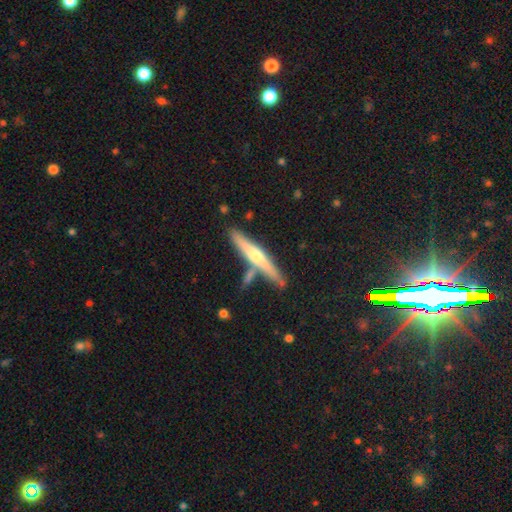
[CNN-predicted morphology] Smooth or featured: featured or disk — 60% (smooth — 34%)
Edge-on disk: yes — 96% (no — 4%)
Edge-on bulge: rounded — 83% (none — 12%)
Merging: none — 75% (minor disturbance — 12%)